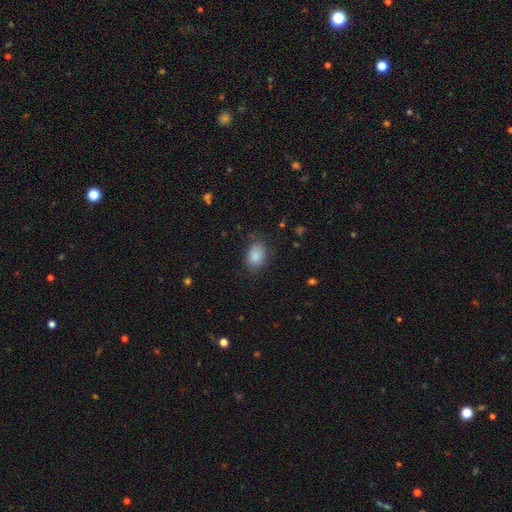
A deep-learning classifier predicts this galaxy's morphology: Overall: smooth (87%). How rounded: in between (78%). Merging: none (80%).